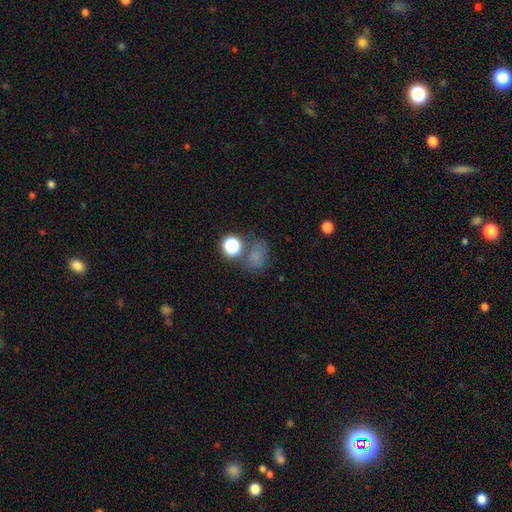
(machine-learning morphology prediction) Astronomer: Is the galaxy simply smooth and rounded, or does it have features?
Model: smooth — 65%.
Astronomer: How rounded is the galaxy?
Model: in between — 50% (runner-up: round, 49%).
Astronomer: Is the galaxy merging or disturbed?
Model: none — 50%.